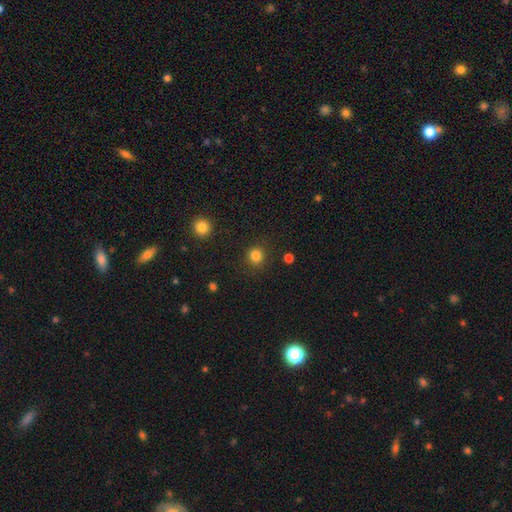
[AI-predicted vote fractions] This is clearly a smooth galaxy (83%). How rounded: clearly round (90%). Merging: clearly none (88%).